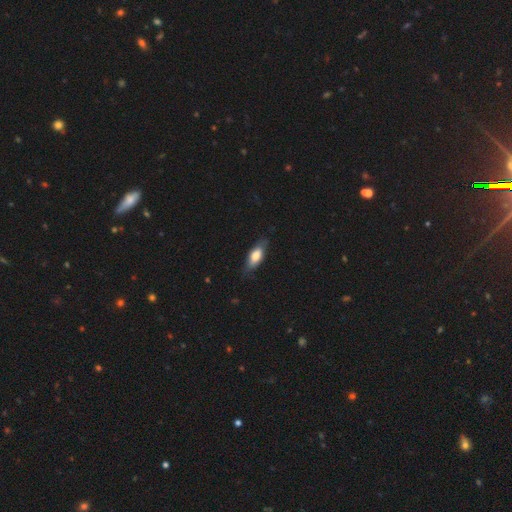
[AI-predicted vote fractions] Morphology: type=smooth (68%); roundness=in between (69%); merging=none (77%).